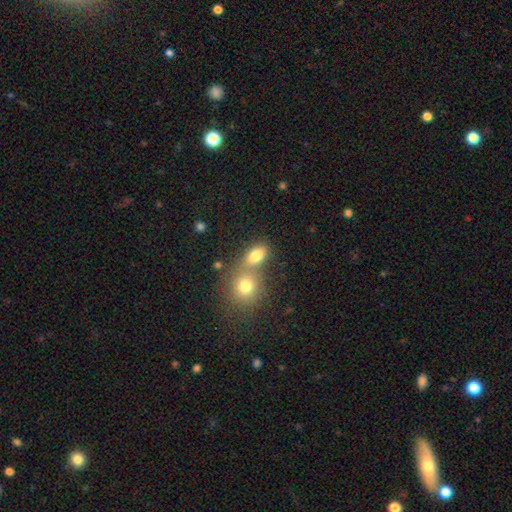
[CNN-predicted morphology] smooth-or-featured: smooth: 78% | star or artifact: 12% | featured or disk: 10%
  how-rounded: in between: 70% | round: 27% | cigar-shaped: 3%
  merging: none: 44% | merger: 42% | minor disturbance: 10% | major disturbance: 4%